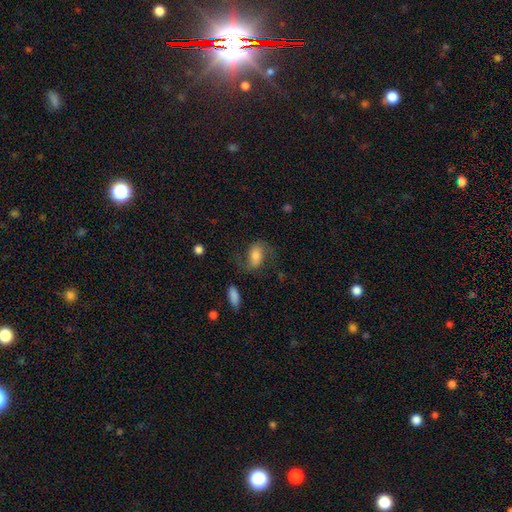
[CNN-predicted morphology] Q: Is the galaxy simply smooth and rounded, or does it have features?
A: smooth — 47%.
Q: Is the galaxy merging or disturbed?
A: none — 62%.